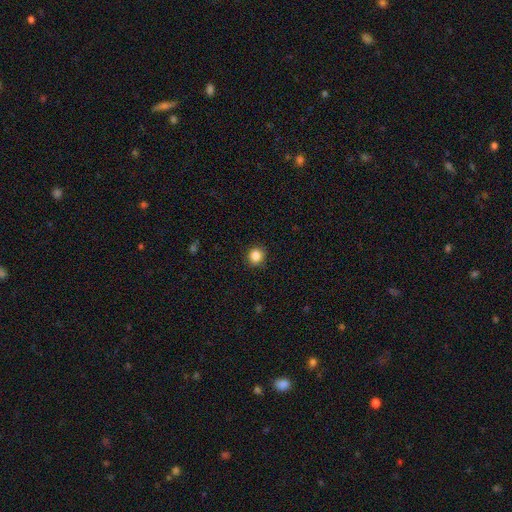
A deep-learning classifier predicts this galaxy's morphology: type=smooth (86%); roundness=round (89%); merging=none (90%).